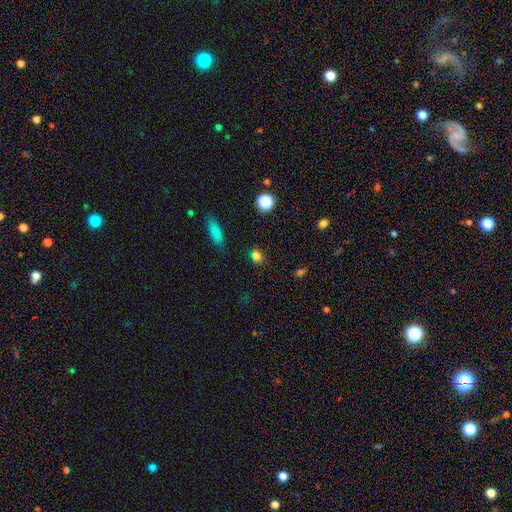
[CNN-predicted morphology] smooth 79%, star or artifact 16%, featured or disk 5%. Down the decision tree: how rounded — round (54%); merging — none (84%).